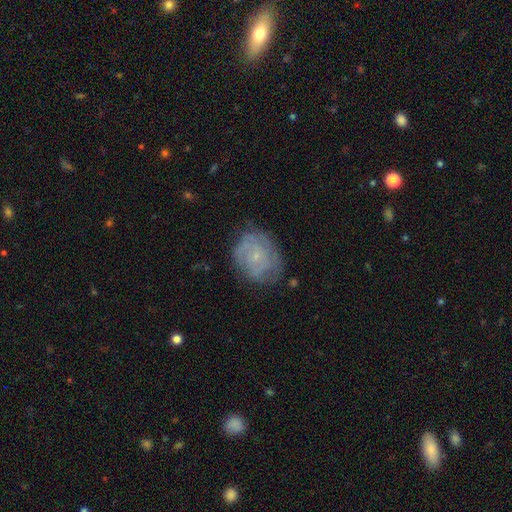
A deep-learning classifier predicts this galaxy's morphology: A featured or disk galaxy (61%) with no bar (80%), spiral arms (78%) and a small central bulge (80%).

Vote fractions:
- Smooth or featured? featured or disk: 61% / smooth: 30% / star or artifact: 9%
- Edge-on disk? no: 97% / yes: 3%
- Bar? no: 80% / weak: 18% / strong: 3%
- Spiral arms? yes: 78% / no: 22%
- Bulge size? small: 80% / moderate: 12% / none: 6% / large: 1% / dominant: 1%
- Merging? none: 68% / minor disturbance: 22% / major disturbance: 9% / merger: 1%